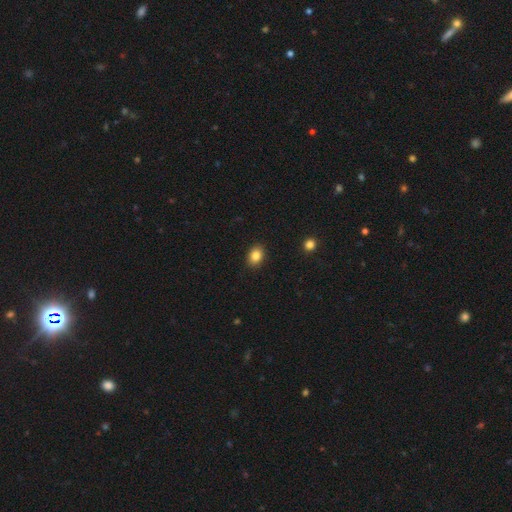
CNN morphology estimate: The model was most divided on "how rounded": in between: 66%, round: 33%, cigar-shaped: 1%. More confident: merging — none (89%); smooth or featured — smooth (85%).